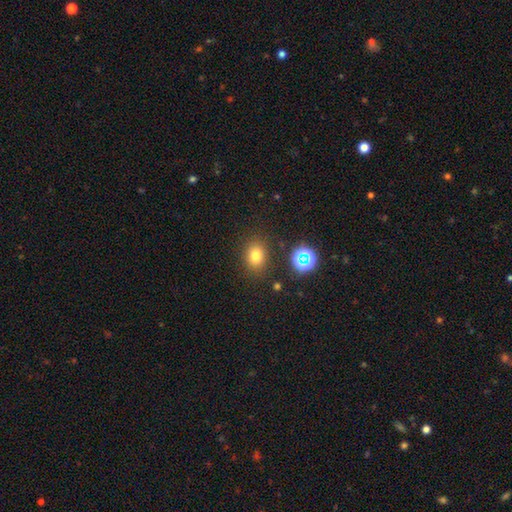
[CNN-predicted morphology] Smooth or featured? smooth (75%)
How rounded? in between (51%)
Merging? none (84%)